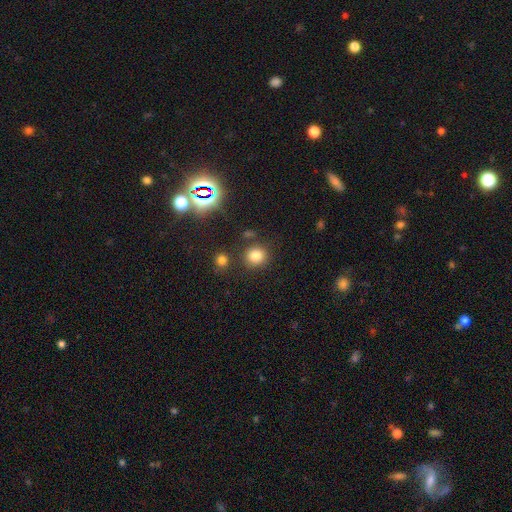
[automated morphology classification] A smooth galaxy with no disk features (79%) that is round (85%).

Vote fractions:
- Smooth or featured? smooth: 79% / star or artifact: 15% / featured or disk: 6%
- How rounded? round: 85% / in between: 14% / cigar-shaped: 1%
- Merging? none: 81% / minor disturbance: 9% / merger: 6% / major disturbance: 4%